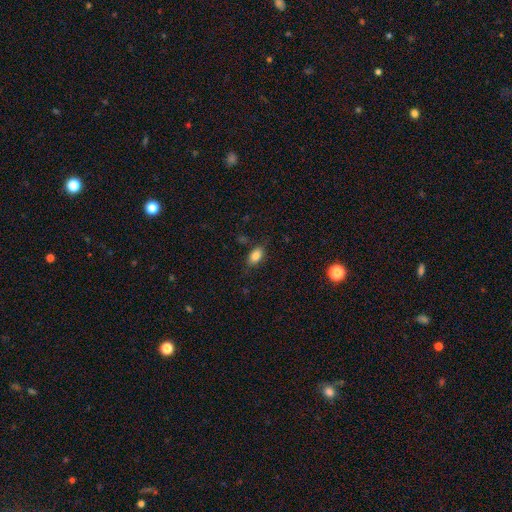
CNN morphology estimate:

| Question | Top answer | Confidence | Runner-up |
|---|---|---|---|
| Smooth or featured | smooth | 83% | star or artifact (9%) |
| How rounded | in between | 88% | round (9%) |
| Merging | none | 79% | minor disturbance (16%) |